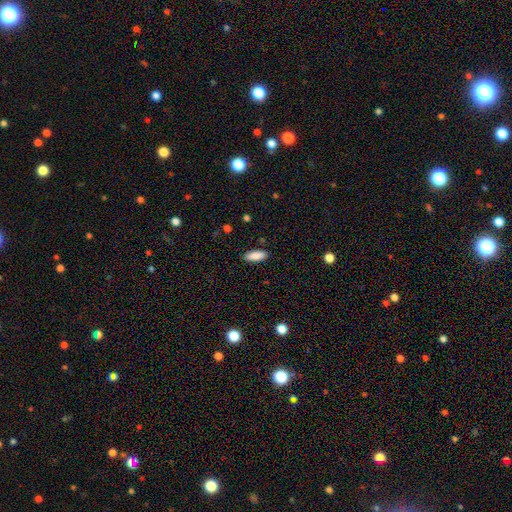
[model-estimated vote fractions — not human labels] Smooth or featured? Predicted: smooth (p=0.88). How rounded? Predicted: in between (p=0.76). Merging? Predicted: none (p=0.88).